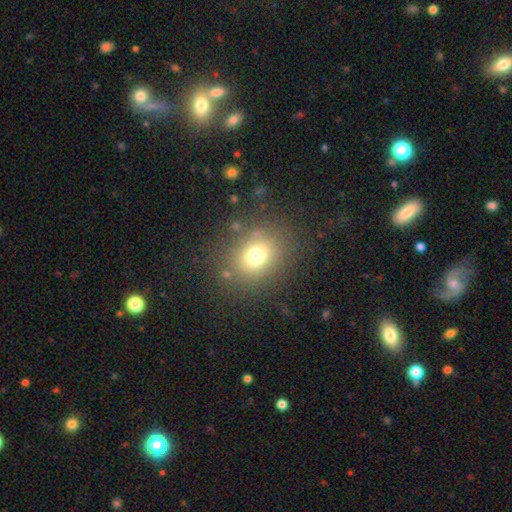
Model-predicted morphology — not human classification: A smooth galaxy with no disk features (71%) that is round (66%).

Vote fractions:
- Smooth or featured? smooth: 71% / star or artifact: 17% / featured or disk: 11%
- How rounded? round: 66% / in between: 33% / cigar-shaped: 1%
- Merging? none: 80% / minor disturbance: 11% / major disturbance: 7% / merger: 3%